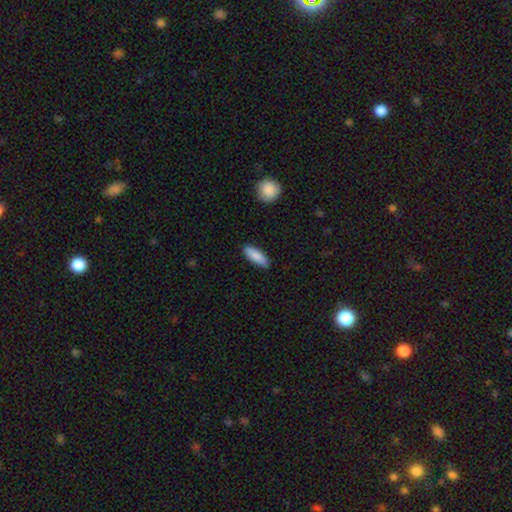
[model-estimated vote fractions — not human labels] Smooth or featured: smooth — 87% (featured or disk — 7%)
How rounded: in between — 62% (cigar-shaped — 36%)
Merging: none — 87% (minor disturbance — 10%)